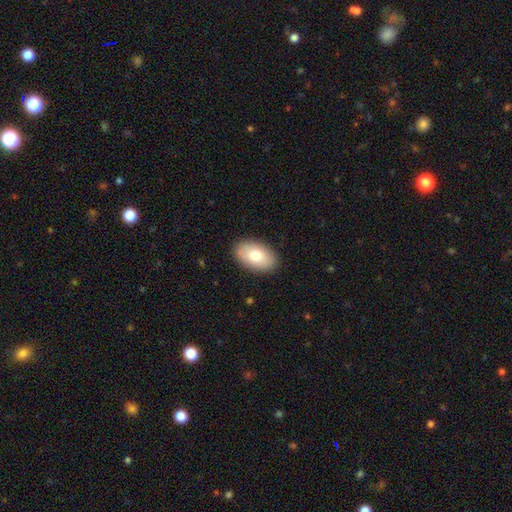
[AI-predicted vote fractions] Smooth or featured? smooth (77%)
How rounded? in between (93%)
Merging? none (88%)